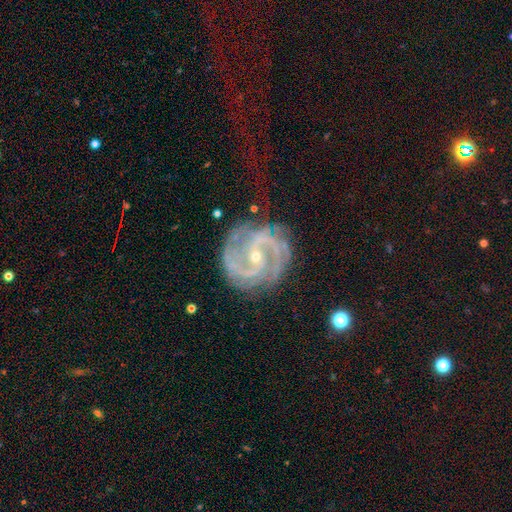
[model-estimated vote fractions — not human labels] featured or disk 92%, star or artifact 5%, smooth 3%. Down the decision tree: edge-on disk — no (98%); bar — weak (38%); spiral arms — yes (98%); spiral arm count — 2 (73%); spiral winding — medium (47%); bulge size — small (74%); merging — none (71%).